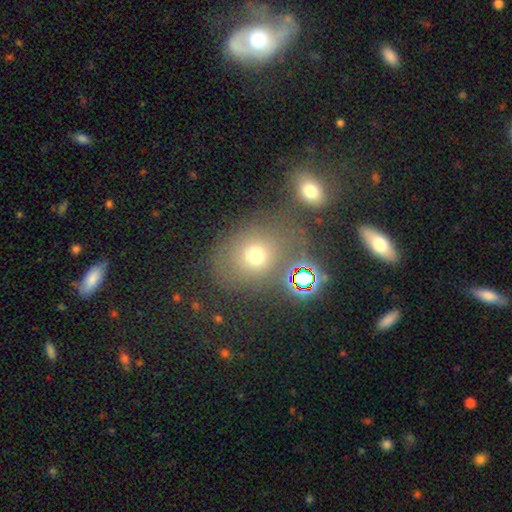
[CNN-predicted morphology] Smooth or featured? smooth (67%)
How rounded? round (63%)
Merging? none (63%)